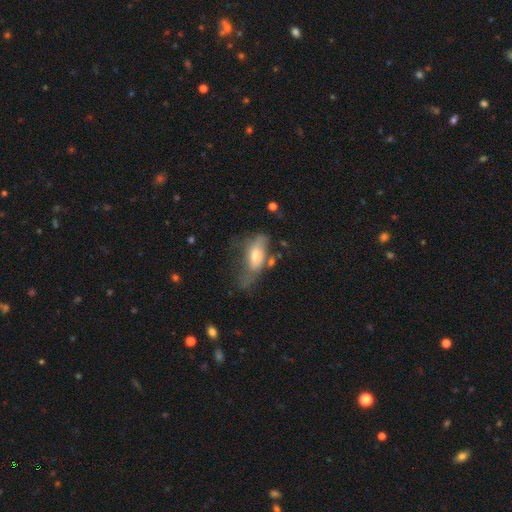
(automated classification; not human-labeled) A smooth galaxy with no disk features (54%) that is in between round and cigar-shaped (82%). Merging: major disturbance (36%).